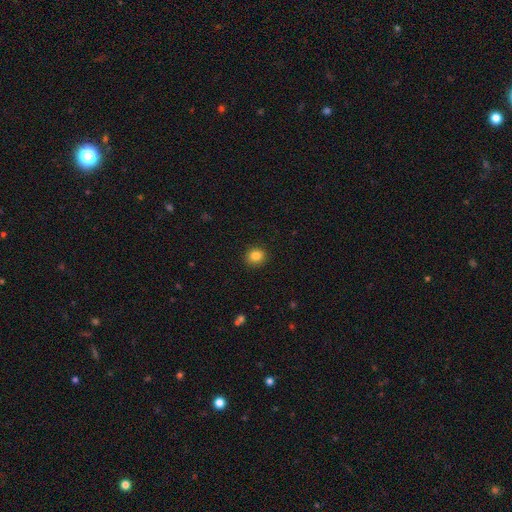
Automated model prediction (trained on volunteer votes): smooth-or-featured: smooth: 84% | star or artifact: 10% | featured or disk: 5%
  how-rounded: round: 86% | in between: 13% | cigar-shaped: 1%
  merging: none: 91% | minor disturbance: 6% | major disturbance: 2% | merger: 1%